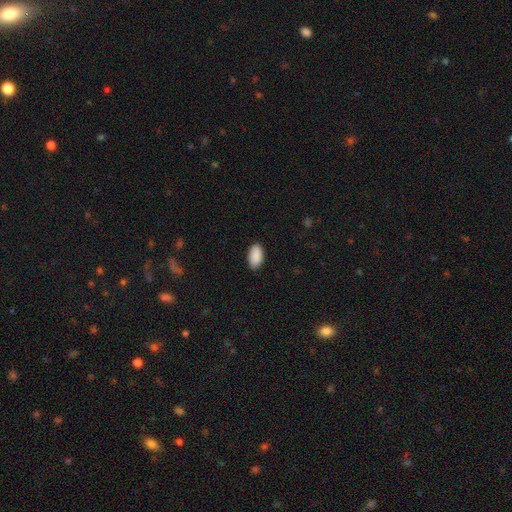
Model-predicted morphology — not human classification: Q: Smooth or featured?
A: smooth (91%); runner-up: star or artifact (6%)
Q: How rounded?
A: in between (95%); runner-up: round (3%)
Q: Merging?
A: none (86%); runner-up: minor disturbance (11%)